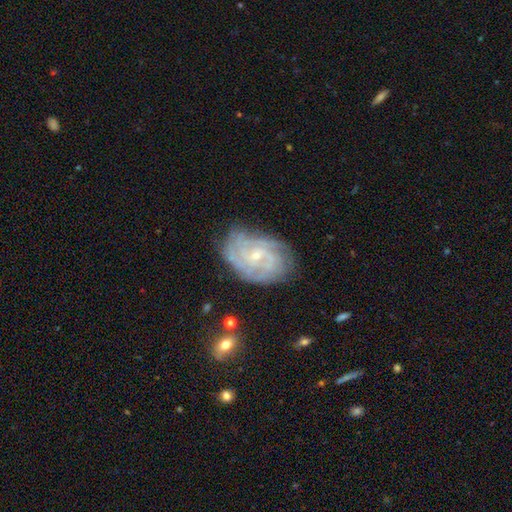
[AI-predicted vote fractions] This is clearly a featured or disk galaxy (81%). It is clearly not viewed edge-on (97%). Bar: likely no (61%). Spiral arm pattern: clearly yes (94%). Spiral arm count: marginally can't tell (36%). Spiral winding: likely tight (66%). Central bulge: likely small (72%). Merging: likely none (72%).